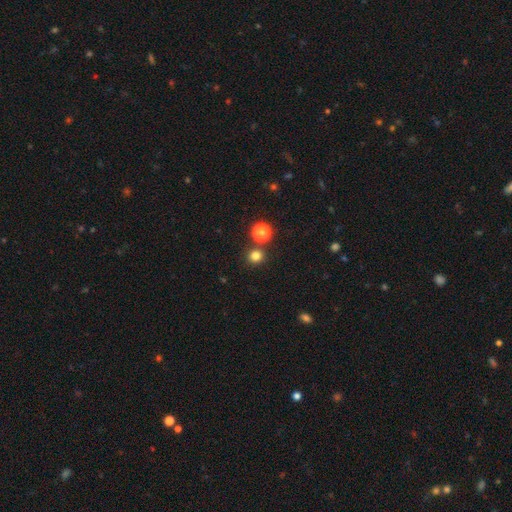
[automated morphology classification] Smooth or featured: smooth — 78% (star or artifact — 17%)
How rounded: round — 92% (in between — 7%)
Merging: none — 82% (merger — 10%)